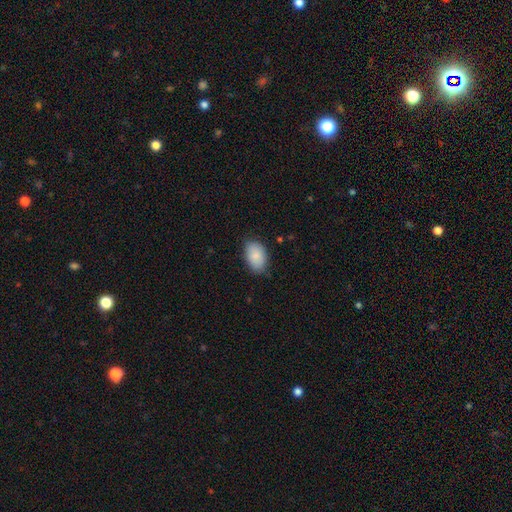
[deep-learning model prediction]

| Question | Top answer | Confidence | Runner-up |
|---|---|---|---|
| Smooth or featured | smooth | 87% | featured or disk (7%) |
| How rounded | in between | 91% | round (8%) |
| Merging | none | 80% | minor disturbance (16%) |